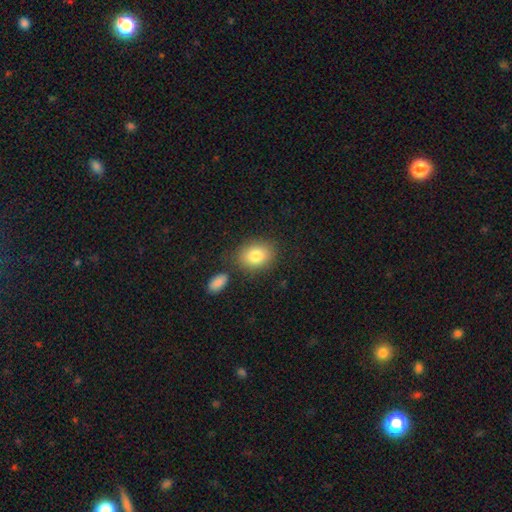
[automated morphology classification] A smooth galaxy with no disk features (83%) that is in between round and cigar-shaped (64%).

Vote fractions:
- Smooth or featured? smooth: 83% / featured or disk: 9% / star or artifact: 8%
- How rounded? in between: 64% / round: 35% / cigar-shaped: 1%
- Merging? none: 75% / minor disturbance: 12% / merger: 8% / major disturbance: 4%